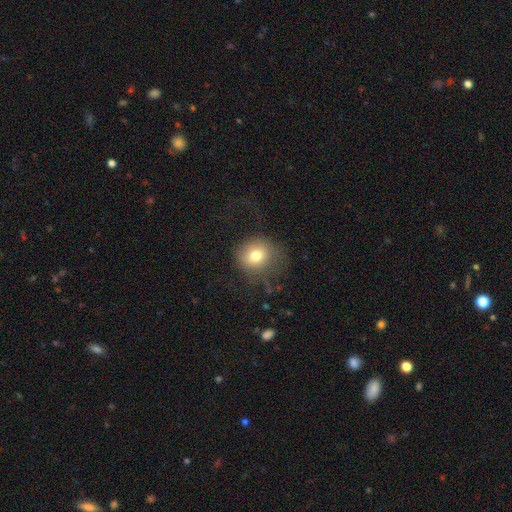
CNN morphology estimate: Smooth or featured?
  - smooth: 76% *
  - star or artifact: 13%
  - featured or disk: 12%
How rounded?
  - round: 82% *
  - in between: 17%
  - cigar-shaped: 1%
Merging?
  - none: 63% *
  - minor disturbance: 19%
  - major disturbance: 17%
  - merger: 2%